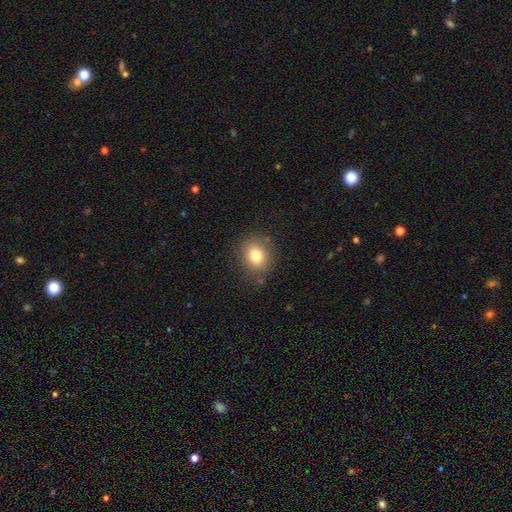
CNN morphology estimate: type=smooth (78%); roundness=round (73%); merging=none (83%).